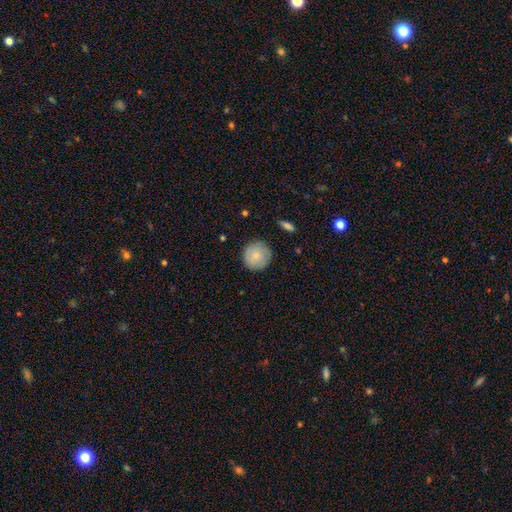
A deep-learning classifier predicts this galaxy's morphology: A smooth galaxy with no disk features (78%) that is round (95%).

Vote fractions:
- Smooth or featured? smooth: 78% / featured or disk: 15% / star or artifact: 7%
- How rounded? round: 95% / in between: 4% / cigar-shaped: 1%
- Merging? none: 87% / minor disturbance: 9% / major disturbance: 2% / merger: 1%